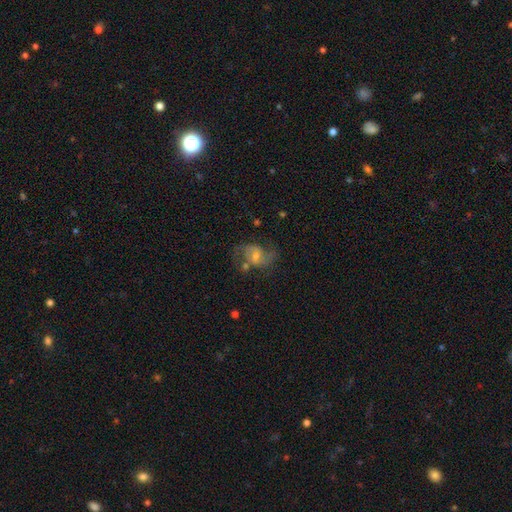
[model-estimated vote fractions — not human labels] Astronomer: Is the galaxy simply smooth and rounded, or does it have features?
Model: featured or disk — 73%.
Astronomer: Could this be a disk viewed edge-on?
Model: no — 97%.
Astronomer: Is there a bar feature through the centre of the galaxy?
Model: weak — 50% (runner-up: no, 37%).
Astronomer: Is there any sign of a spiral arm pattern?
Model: yes — 90%.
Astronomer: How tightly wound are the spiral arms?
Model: medium — 46% (runner-up: loose, 41%).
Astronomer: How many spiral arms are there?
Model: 2 — 85%.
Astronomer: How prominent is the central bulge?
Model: small — 49% (runner-up: moderate, 39%).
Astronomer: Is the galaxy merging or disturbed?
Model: none — 59%.